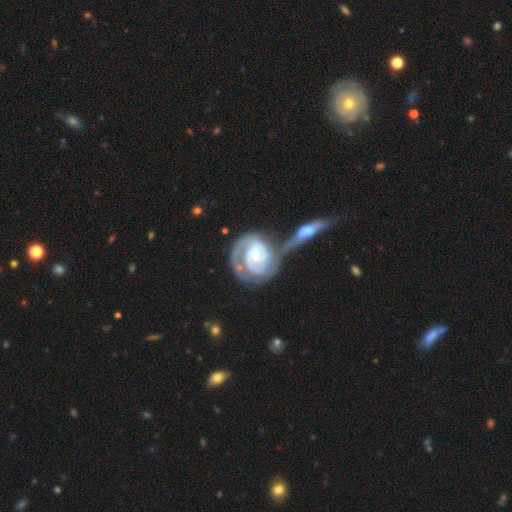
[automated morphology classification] smooth_or_featured: featured or disk (p=0.87) [alt: smooth p=0.09]
disk_edge_on: no (p=0.97) [alt: yes p=0.03]
bar: no (p=0.67) [alt: weak p=0.24]
has_spiral_arms: yes (p=0.95) [alt: no p=0.05]
spiral_winding: tight (p=0.72) [alt: medium p=0.22]
spiral_arm_count: 2 (p=0.54) [alt: 1 p=0.17]
bulge_size: small (p=0.62) [alt: moderate p=0.33]
merging: merger (p=0.50) [alt: none p=0.25]